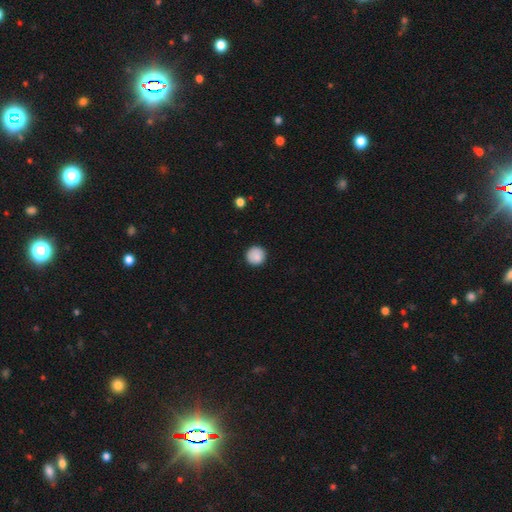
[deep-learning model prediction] This is clearly a smooth galaxy (86%). How rounded: clearly round (94%). Merging: clearly none (89%).